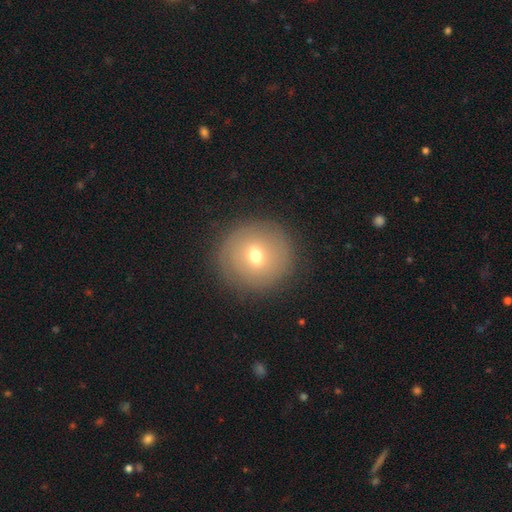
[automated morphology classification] Overall: smooth (63%; featured or disk 24%). How rounded: round (94%). Merging: none (88%).